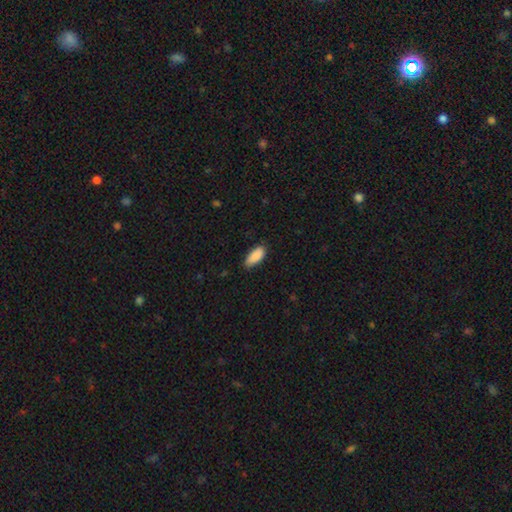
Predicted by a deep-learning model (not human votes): smooth_or_featured: smooth (p=0.89) [alt: star or artifact p=0.06]
how_rounded: in between (p=0.88) [alt: cigar-shaped p=0.11]
merging: none (p=0.76) [alt: minor disturbance p=0.20]